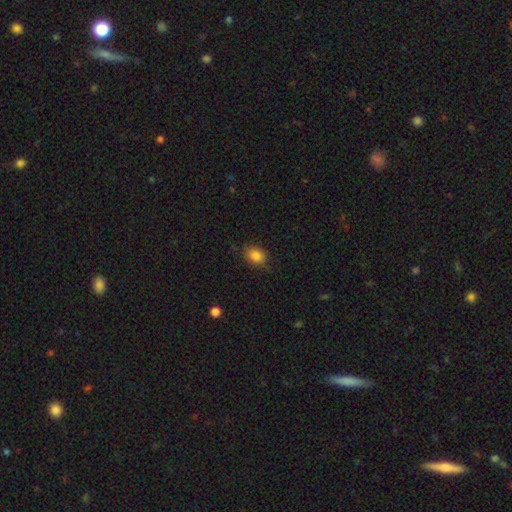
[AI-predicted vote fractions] Overall: smooth (85%). How rounded: in between (60%; round 39%). Merging: none (81%).